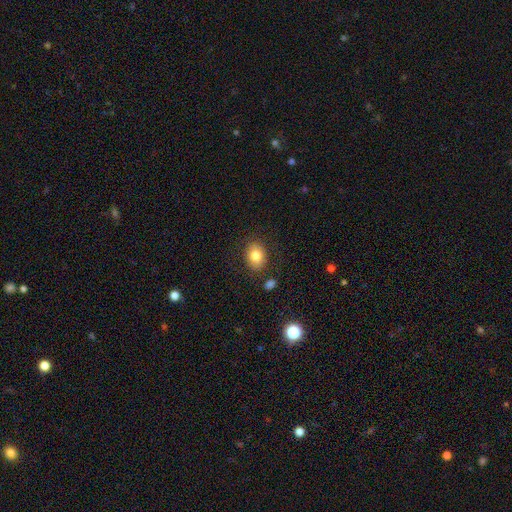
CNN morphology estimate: The model was most divided on "how rounded": in between: 63%, round: 36%, cigar-shaped: 1%. More confident: merging — none (82%); smooth or featured — smooth (82%).